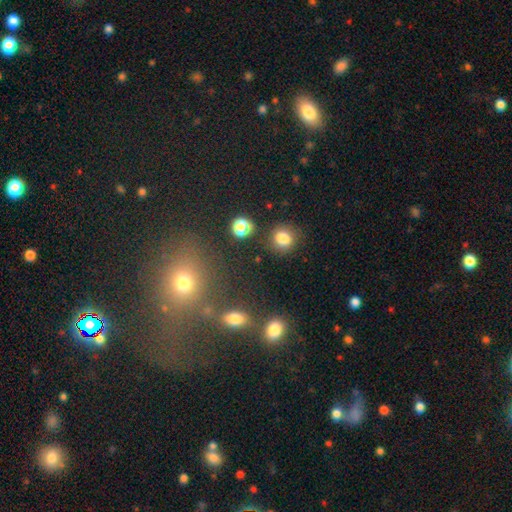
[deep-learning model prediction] smooth-or-featured: smooth: 55% | star or artifact: 34% | featured or disk: 11%
  how-rounded: round: 67% | in between: 31% | cigar-shaped: 3%
  merging: none: 66% | merger: 13% | minor disturbance: 12% | major disturbance: 9%